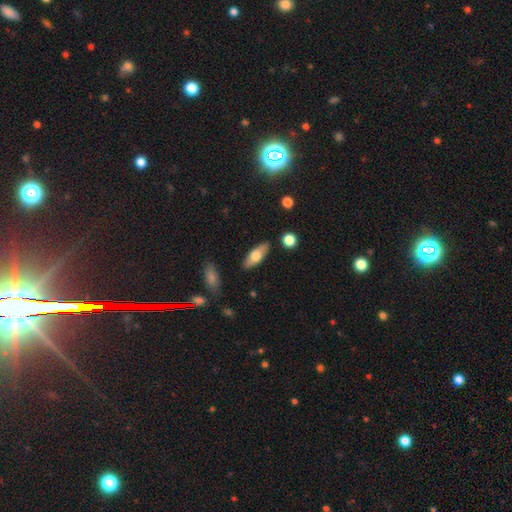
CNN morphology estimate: smooth_or_featured: smooth (p=0.63) [alt: featured or disk p=0.31]
how_rounded: in between (p=0.73) [alt: cigar-shaped p=0.24]
merging: none (p=0.85) [alt: minor disturbance p=0.10]